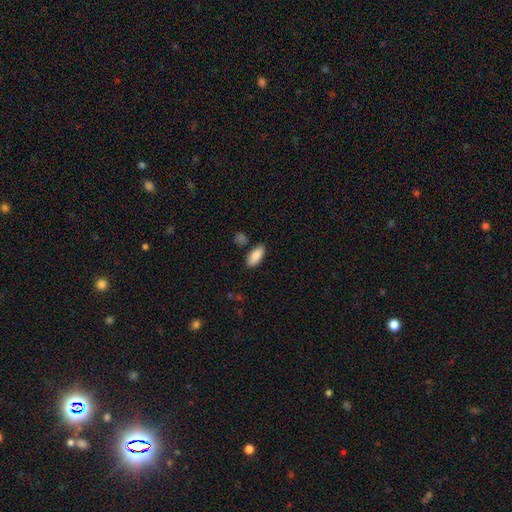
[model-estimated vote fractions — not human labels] Smooth or featured? Predicted: smooth (p=0.88). How rounded? Predicted: in between (p=0.88). Merging? Predicted: none (p=0.82).